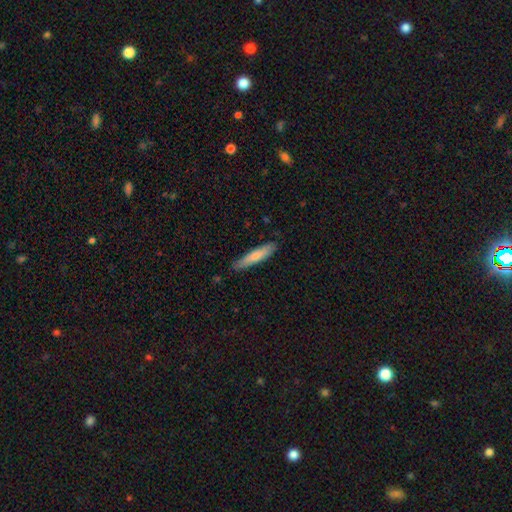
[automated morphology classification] type=smooth (72%); roundness=cigar-shaped (86%); merging=none (84%).